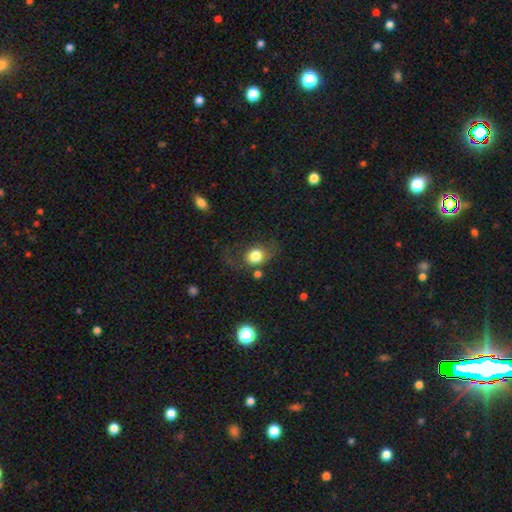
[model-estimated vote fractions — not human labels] This appears to be a smooth galaxy with no disk features (75%) that is round (55%). Merging: none (46%).